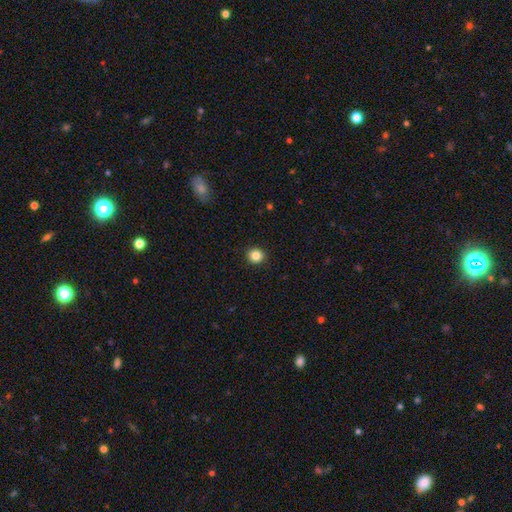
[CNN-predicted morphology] Smooth or featured?
  - smooth: 85% *
  - star or artifact: 11%
  - featured or disk: 5%
How rounded?
  - round: 90% *
  - in between: 9%
  - cigar-shaped: 1%
Merging?
  - none: 93% *
  - minor disturbance: 5%
  - major disturbance: 2%
  - merger: 1%